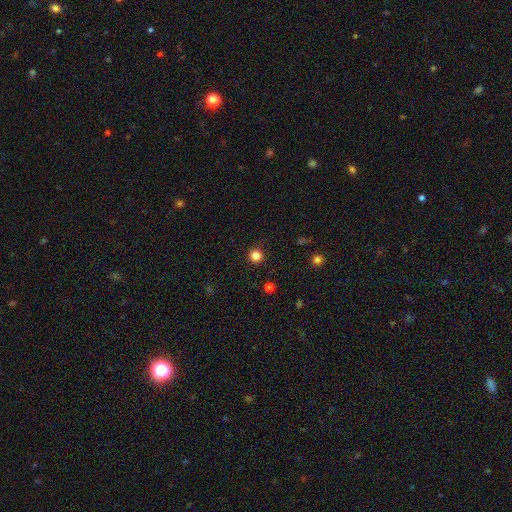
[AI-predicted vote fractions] Smooth or featured: smooth — 83% (star or artifact — 13%)
How rounded: round — 96% (in between — 3%)
Merging: none — 91% (minor disturbance — 6%)